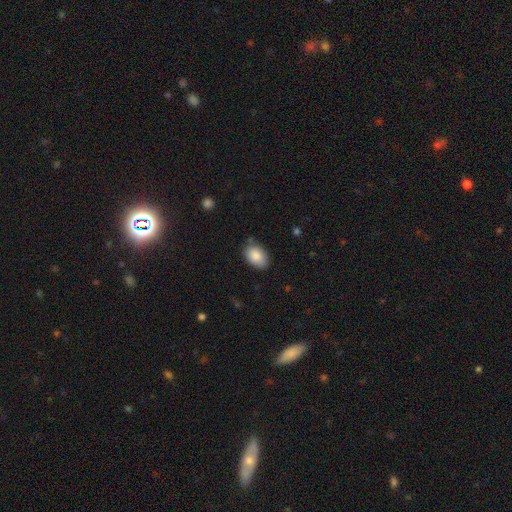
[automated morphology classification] smooth_or_featured: smooth (p=0.88) [alt: star or artifact p=0.07]
how_rounded: in between (p=0.86) [alt: round p=0.13]
merging: none (p=0.77) [alt: minor disturbance p=0.17]